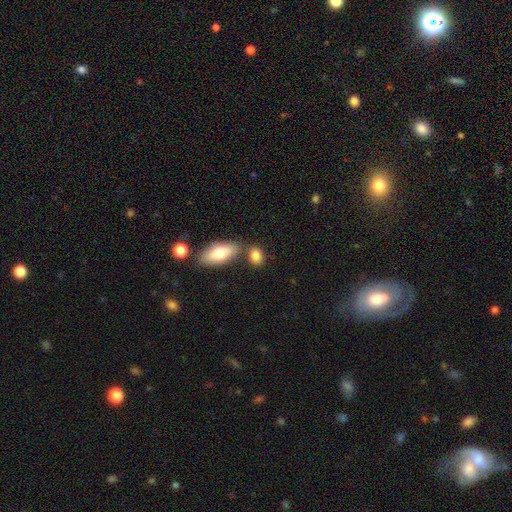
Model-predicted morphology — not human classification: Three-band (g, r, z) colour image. It shows a smooth galaxy with no disk features (84%) that is in between round and cigar-shaped (71%). Merging: none (63%).